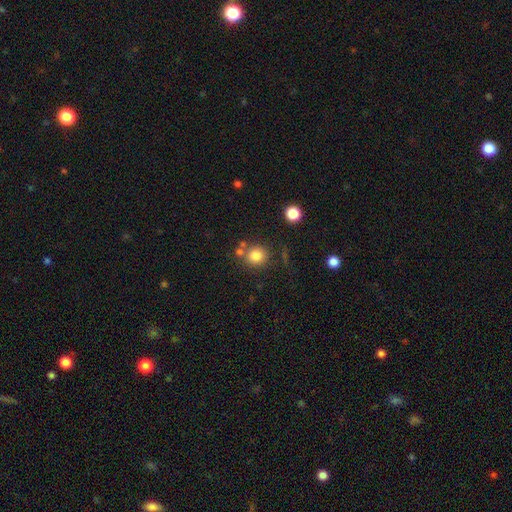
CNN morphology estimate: Overall: smooth (81%). How rounded: round (88%). Merging: none (71%).